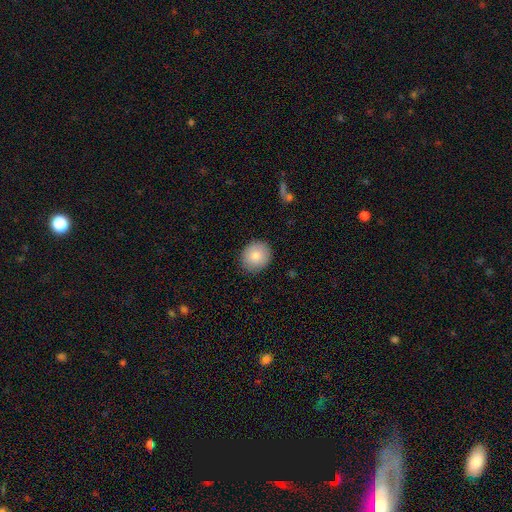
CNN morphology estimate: Smooth or featured? smooth (82%)
How rounded? round (86%)
Merging? none (89%)